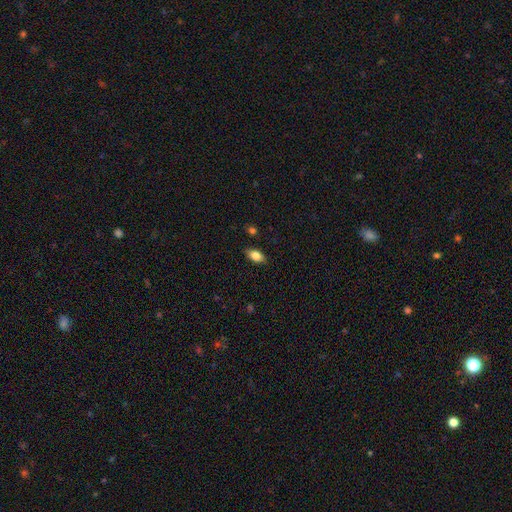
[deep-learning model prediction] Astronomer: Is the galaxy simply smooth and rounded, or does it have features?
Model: smooth — 80%.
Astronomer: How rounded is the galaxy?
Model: in between — 88%.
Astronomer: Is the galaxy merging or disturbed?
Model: none — 85%.